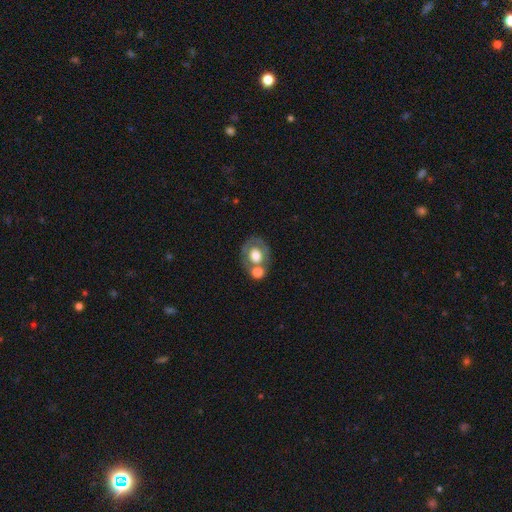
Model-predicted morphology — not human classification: type=smooth (54%); roundness=in between (50%); merging=none (44%).